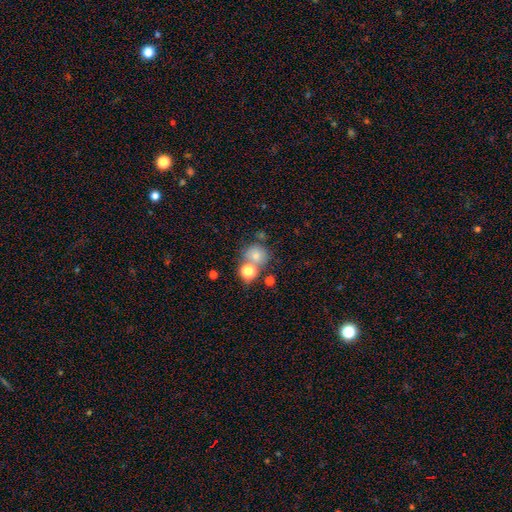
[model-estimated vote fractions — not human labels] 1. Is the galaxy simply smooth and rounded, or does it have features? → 72% smooth, 15% star or artifact, 12% featured or disk.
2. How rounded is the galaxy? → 85% round, 14% in between, 1% cigar-shaped.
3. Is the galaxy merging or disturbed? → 55% none, 30% merger, 10% minor disturbance, 5% major disturbance.